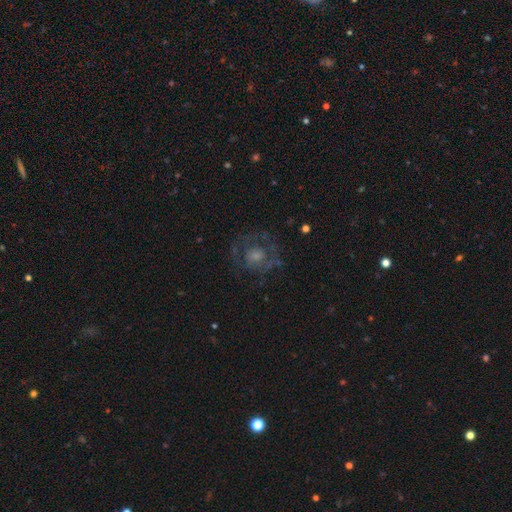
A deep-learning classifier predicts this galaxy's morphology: A featured or disk galaxy (56%) with no bar (81%), no spiral arms (53%) and a moderate central bulge (45%). Merging: none (70%).